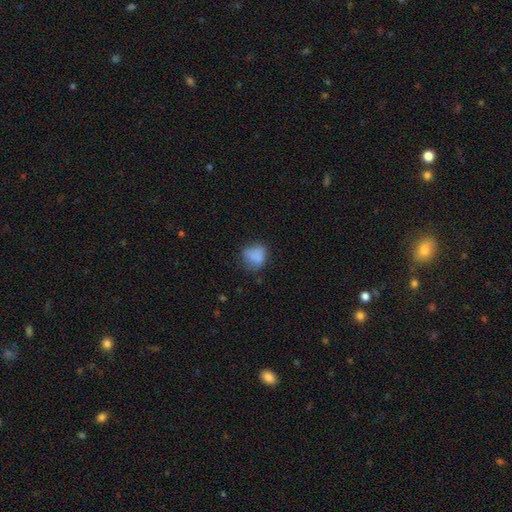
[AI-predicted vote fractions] smooth 80%, star or artifact 11%, featured or disk 10%. Down the decision tree: how rounded — round (57%); merging — none (53%).